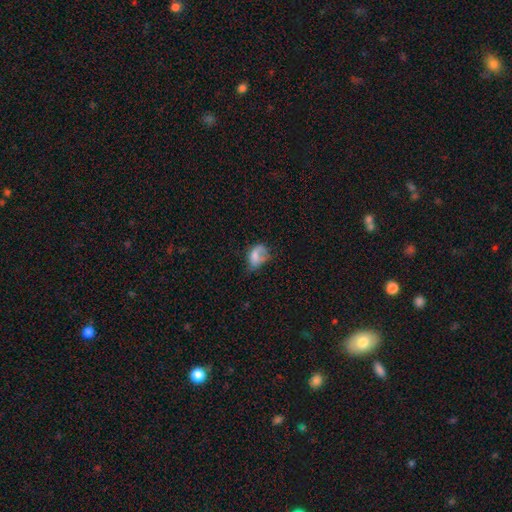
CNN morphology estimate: Smooth or featured?
  - smooth: 64% *
  - featured or disk: 27%
  - star or artifact: 10%
How rounded?
  - in between: 80% *
  - round: 18%
  - cigar-shaped: 2%
Merging?
  - major disturbance: 34% *
  - minor disturbance: 32%
  - none: 28%
  - merger: 6%